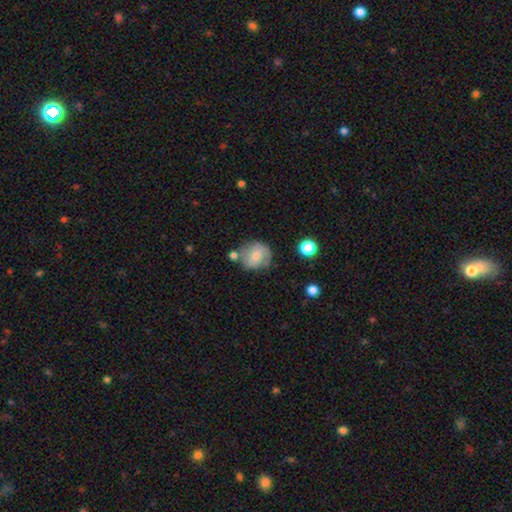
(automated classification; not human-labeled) Smooth or featured? smooth (62%)
How rounded? round (80%)
Merging? none (60%)